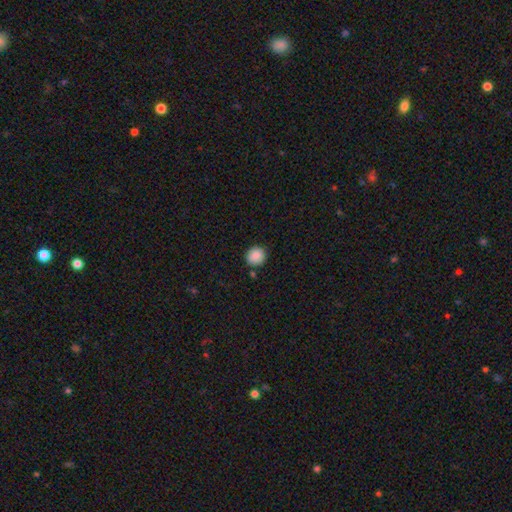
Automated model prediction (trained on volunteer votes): This appears to be a smooth galaxy with no disk features (88%) that is round (90%). Merging: none (86%).